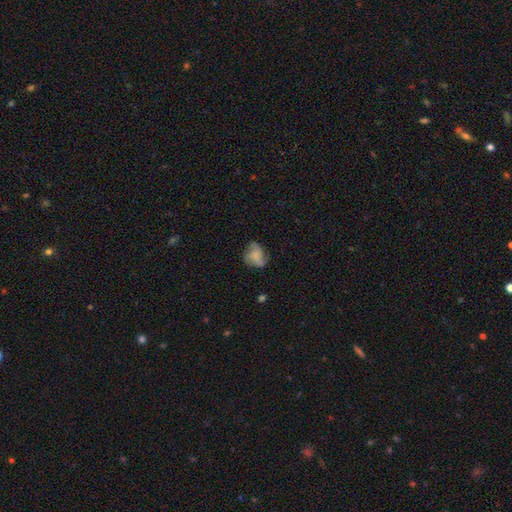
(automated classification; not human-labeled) Overall: featured or disk (46%; smooth 44%). Merging: none (58%; minor disturbance 26%).